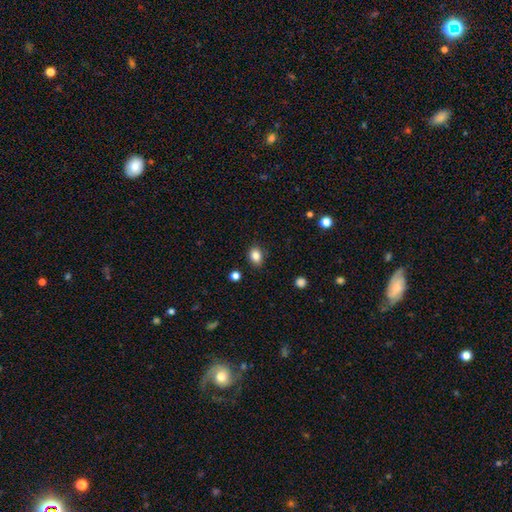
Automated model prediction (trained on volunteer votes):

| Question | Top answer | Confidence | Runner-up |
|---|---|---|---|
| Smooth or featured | smooth | 84% | star or artifact (10%) |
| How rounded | in between | 62% | round (37%) |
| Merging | none | 86% | minor disturbance (10%) |